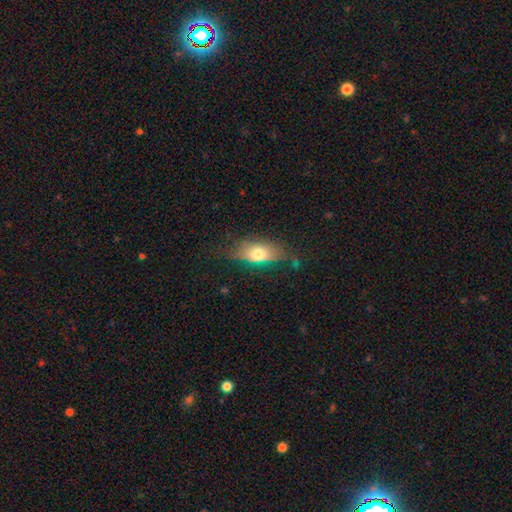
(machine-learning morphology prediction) A smooth galaxy with no disk features (55%) that is in between round and cigar-shaped (71%).

Vote fractions:
- Smooth or featured? smooth: 55% / featured or disk: 34% / star or artifact: 11%
- How rounded? in between: 71% / cigar-shaped: 23% / round: 6%
- Merging? none: 67% / minor disturbance: 23% / major disturbance: 7% / merger: 2%